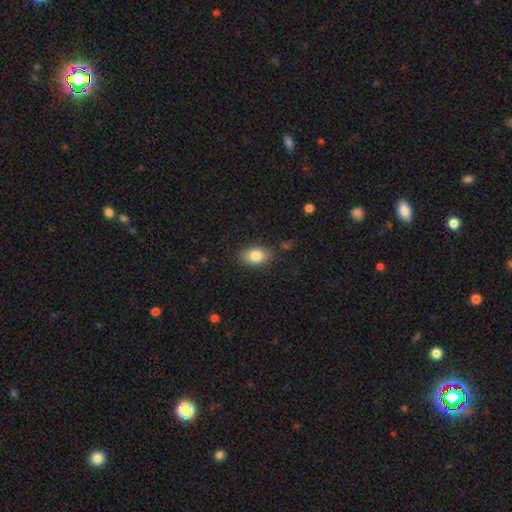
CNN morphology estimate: Smooth or featured?
  - smooth: 83% *
  - featured or disk: 9%
  - star or artifact: 8%
How rounded?
  - in between: 85% *
  - round: 14%
  - cigar-shaped: 2%
Merging?
  - none: 83% *
  - minor disturbance: 12%
  - major disturbance: 3%
  - merger: 2%